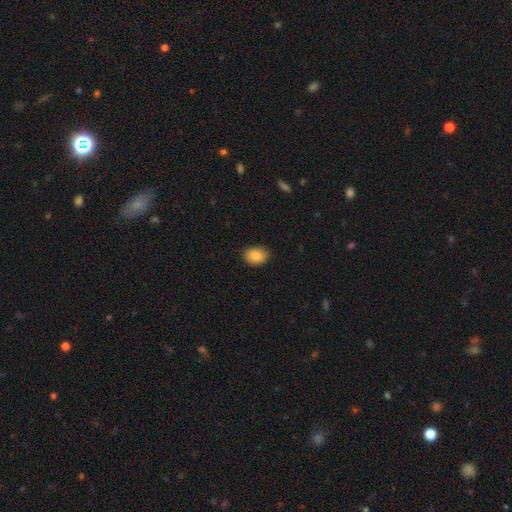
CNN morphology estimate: Smooth or featured: smooth — 86% (star or artifact — 8%)
How rounded: in between — 67% (round — 32%)
Merging: none — 88% (minor disturbance — 9%)